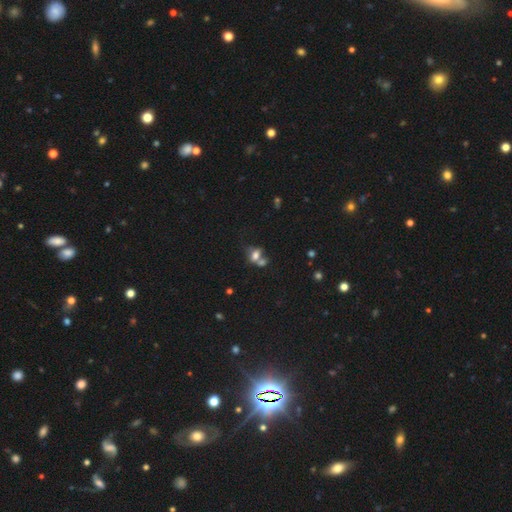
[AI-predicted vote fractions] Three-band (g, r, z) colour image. It shows a smooth galaxy with no disk features (68%) that is in between round and cigar-shaped (69%). Merging: merger (52%).